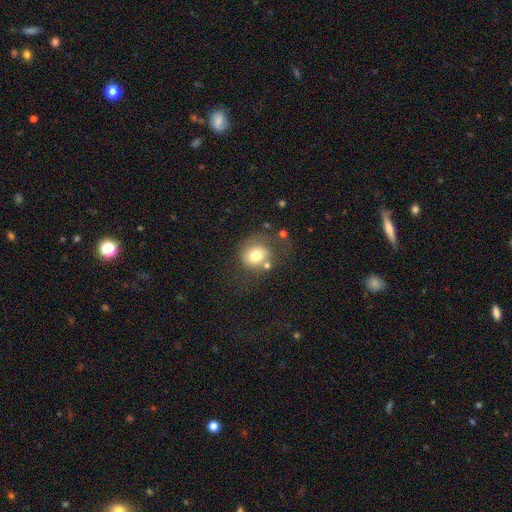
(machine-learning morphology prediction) A smooth galaxy with no disk features (70%) that is round (77%).

Vote fractions:
- Smooth or featured? smooth: 70% / featured or disk: 20% / star or artifact: 10%
- How rounded? round: 77% / in between: 22% / cigar-shaped: 1%
- Merging? none: 51% / minor disturbance: 21% / major disturbance: 17% / merger: 12%